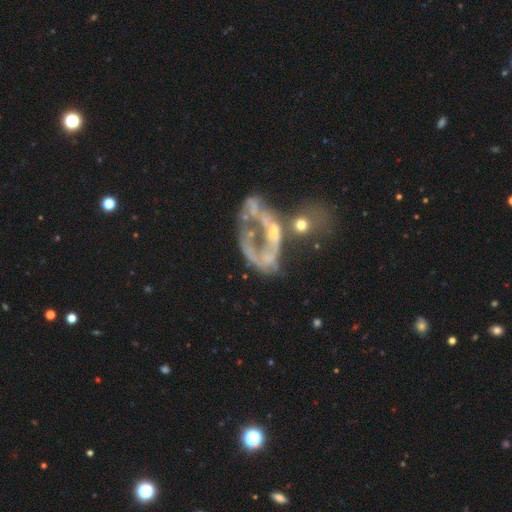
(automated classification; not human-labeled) Smooth or featured?
  - featured or disk: 67% *
  - smooth: 17%
  - star or artifact: 16%
Edge-on disk?
  - no: 97% *
  - yes: 3%
Bar?
  - no: 83% *
  - weak: 12%
  - strong: 5%
Spiral arms?
  - no: 79% *
  - yes: 21%
Bulge size?
  - none: 55% *
  - small: 24%
  - moderate: 17%
  - large: 3%
  - dominant: 2%
Merging?
  - merger: 41% *
  - major disturbance: 35%
  - none: 15%
  - minor disturbance: 9%